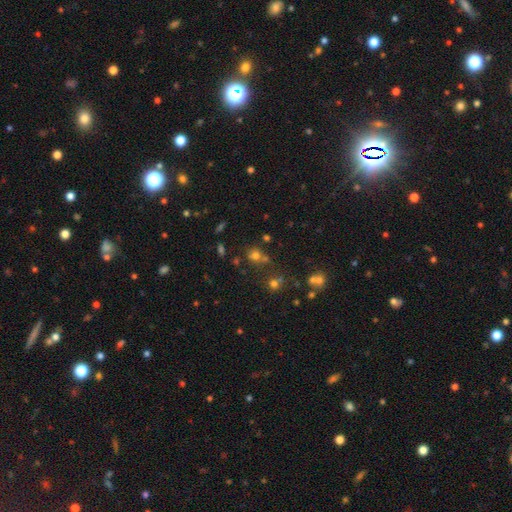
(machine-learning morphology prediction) This appears to be a smooth galaxy with no disk features (63%) that is round (81%). Merging: none (62%).